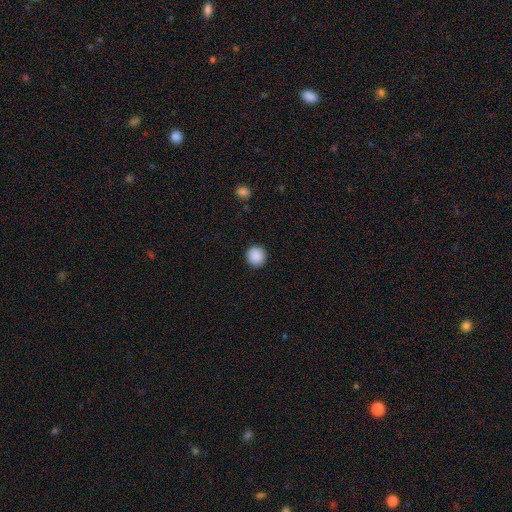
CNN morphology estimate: Overall: smooth (90%). How rounded: round (94%). Merging: none (93%).